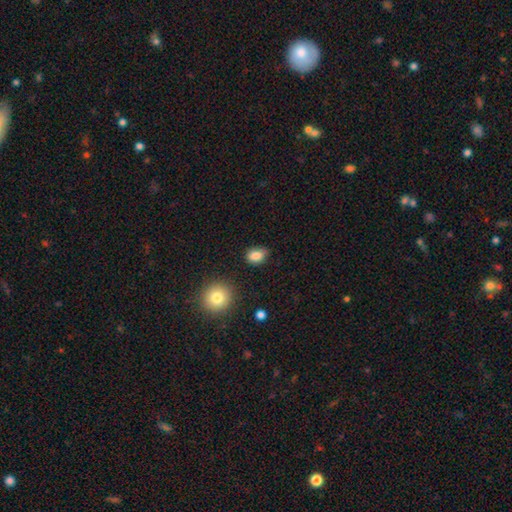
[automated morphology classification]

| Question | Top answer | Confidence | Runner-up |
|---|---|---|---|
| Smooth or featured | smooth | 85% | star or artifact (10%) |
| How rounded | in between | 69% | round (29%) |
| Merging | none | 71% | minor disturbance (22%) |